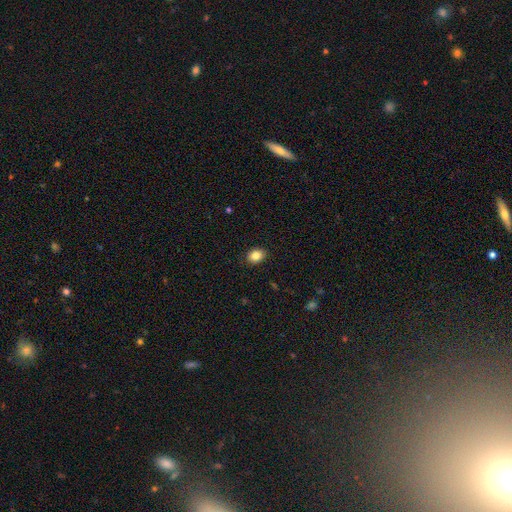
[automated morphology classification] Q: Smooth or featured?
A: smooth (85%); runner-up: star or artifact (9%)
Q: How rounded?
A: in between (65%); runner-up: round (35%)
Q: Merging?
A: none (89%); runner-up: minor disturbance (8%)